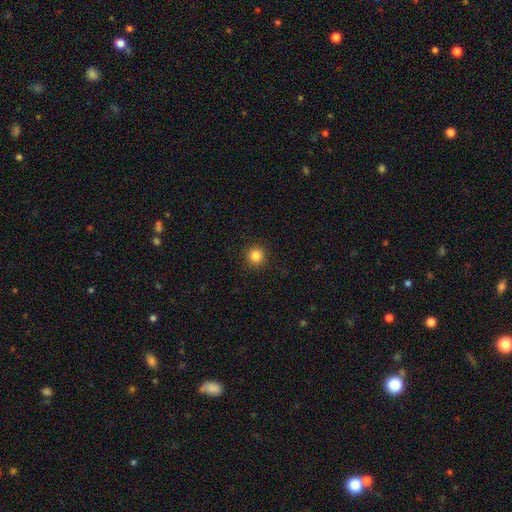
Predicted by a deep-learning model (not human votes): smooth_or_featured: smooth (p=0.84) [alt: star or artifact p=0.12]
how_rounded: round (p=0.95) [alt: in between p=0.04]
merging: none (p=0.92) [alt: minor disturbance p=0.05]